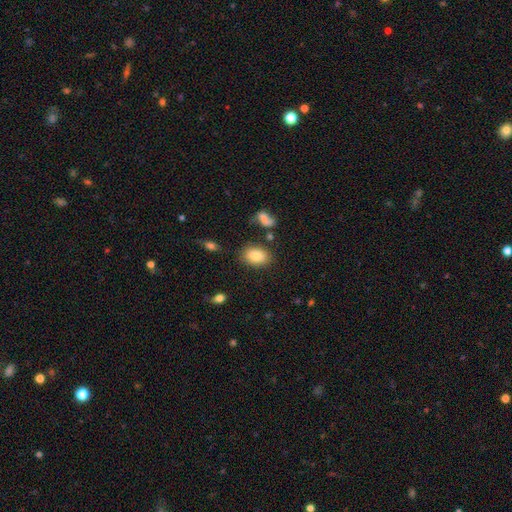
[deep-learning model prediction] A smooth galaxy with no disk features (84%) that is in between round and cigar-shaped (79%). Merging: none (80%).